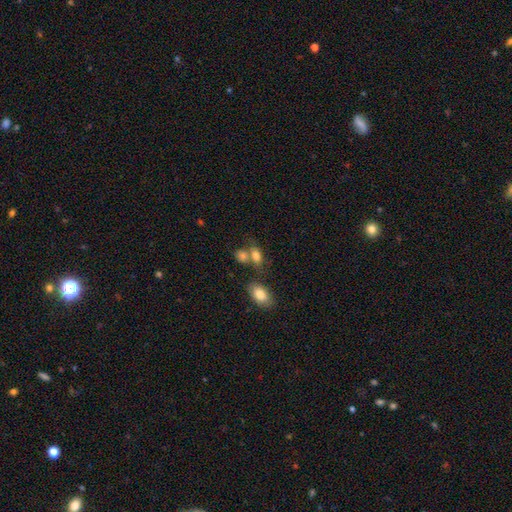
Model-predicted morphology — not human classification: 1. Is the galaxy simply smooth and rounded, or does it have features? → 79% smooth, 11% featured or disk, 10% star or artifact.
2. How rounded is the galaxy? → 76% in between, 21% round, 3% cigar-shaped.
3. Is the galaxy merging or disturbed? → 43% none, 38% merger, 13% minor disturbance, 6% major disturbance.